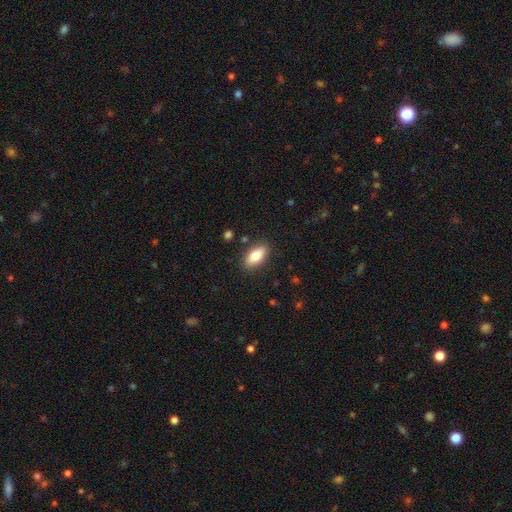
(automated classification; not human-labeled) This is likely a smooth galaxy (80%). How rounded: clearly in between (86%). Merging: clearly none (86%).